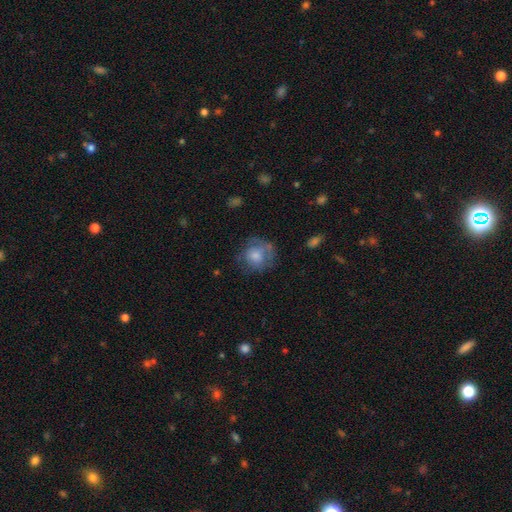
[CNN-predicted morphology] Smooth or featured?
  - smooth: 57% *
  - featured or disk: 34%
  - star or artifact: 10%
How rounded?
  - round: 81% *
  - in between: 18%
  - cigar-shaped: 1%
Merging?
  - none: 61% *
  - minor disturbance: 23%
  - major disturbance: 14%
  - merger: 2%